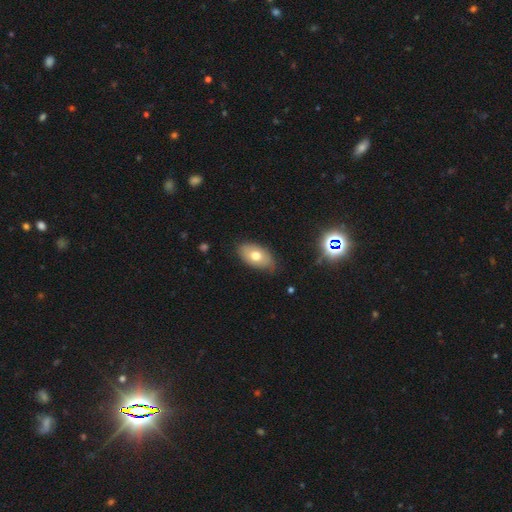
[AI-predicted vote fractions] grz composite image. It shows a smooth galaxy with no disk features (68%) that is in between round and cigar-shaped (92%). Merging: none (75%).